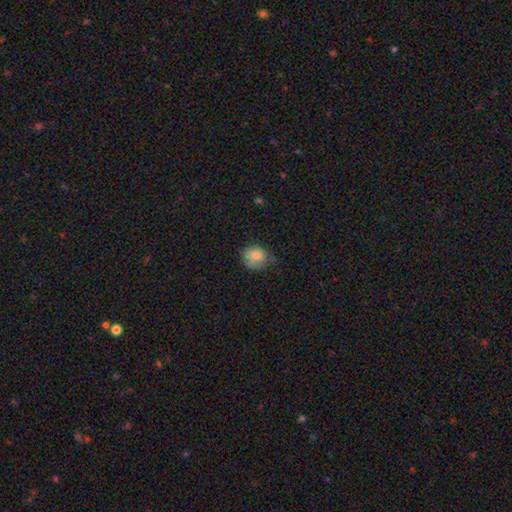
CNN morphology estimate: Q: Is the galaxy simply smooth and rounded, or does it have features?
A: smooth — 78%.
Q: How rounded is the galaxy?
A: round — 60%.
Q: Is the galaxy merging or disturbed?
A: none — 50%.